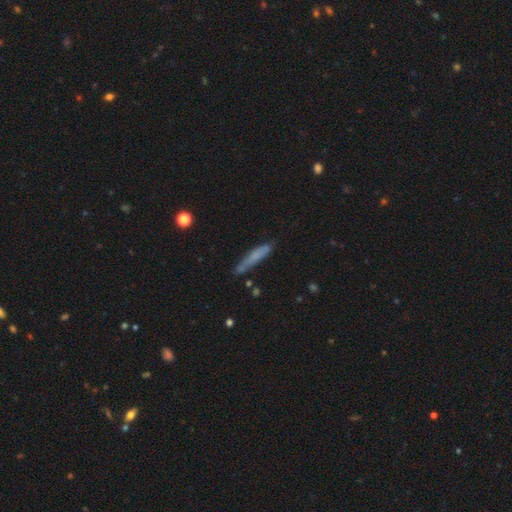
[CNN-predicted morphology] Smooth or featured?
  - smooth: 64% *
  - featured or disk: 27%
  - star or artifact: 9%
How rounded?
  - cigar-shaped: 91% *
  - in between: 7%
  - round: 2%
Merging?
  - none: 71% *
  - minor disturbance: 21%
  - major disturbance: 5%
  - merger: 4%